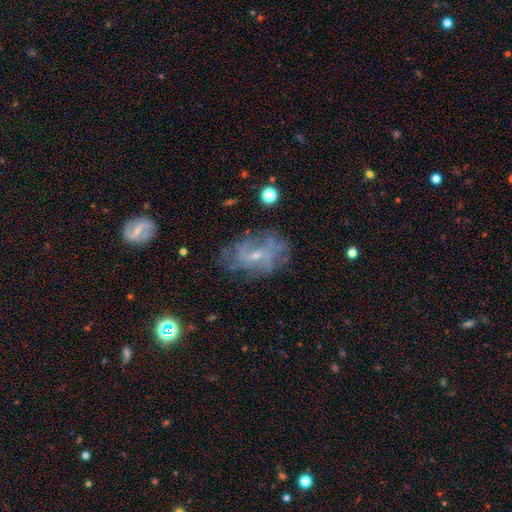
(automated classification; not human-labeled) The model was most divided on "bar": no: 47%, weak: 43%, strong: 10%. More confident: edge-on disk — no (96%); smooth or featured — featured or disk (72%); spiral arms — yes (70%); bulge size — small (69%); merging — none (59%).